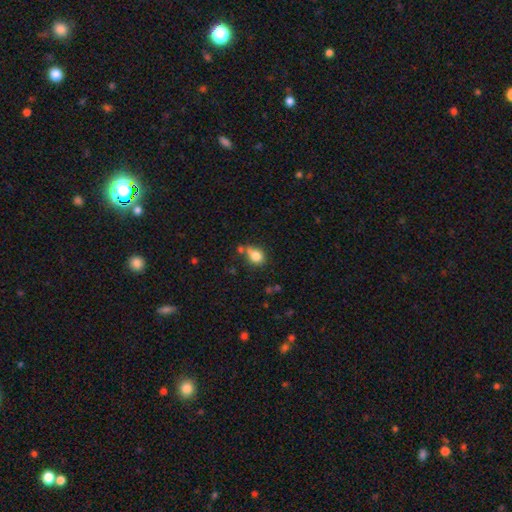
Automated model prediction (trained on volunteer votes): Morphology: type=smooth (81%); roundness=in between (55%); merging=none (52%).